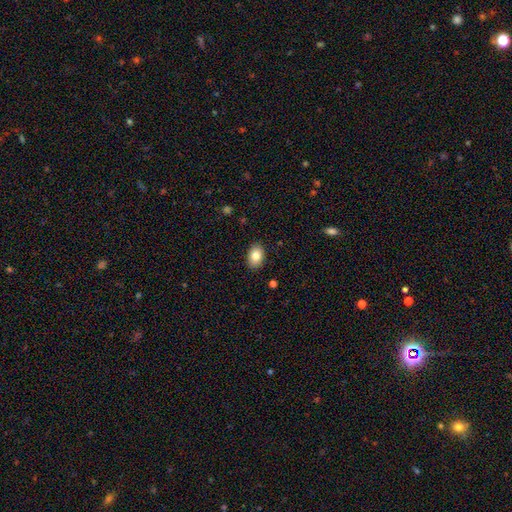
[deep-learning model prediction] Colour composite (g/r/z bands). It shows a smooth galaxy with no disk features (82%) that is in between round and cigar-shaped (86%). Merging: none (89%).